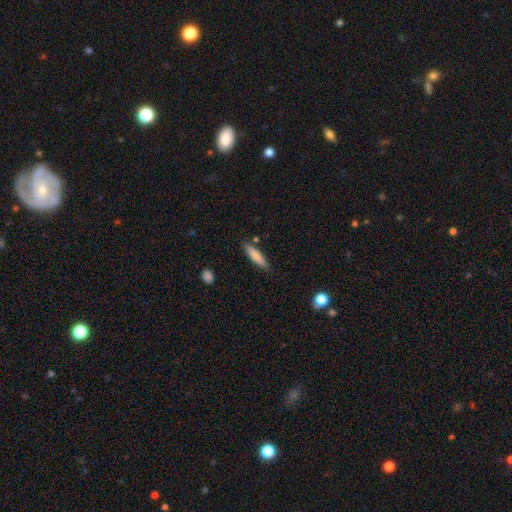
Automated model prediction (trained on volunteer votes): A smooth galaxy with no disk features (74%) that is cigar-shaped (76%). Merging: none (83%).